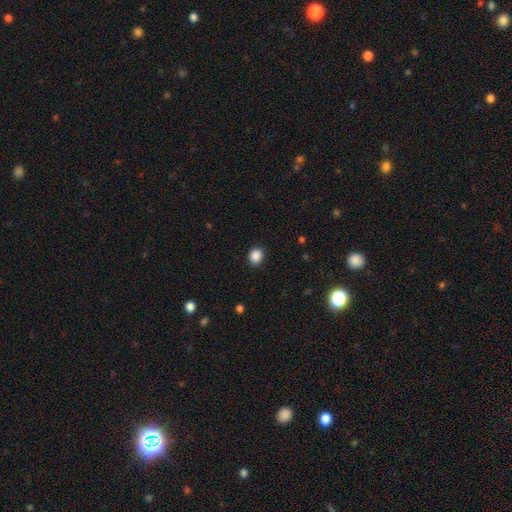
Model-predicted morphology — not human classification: The model was most divided on "how rounded": round: 52%, in between: 47%, cigar-shaped: 1%. More confident: smooth or featured — smooth (88%); merging — none (87%).